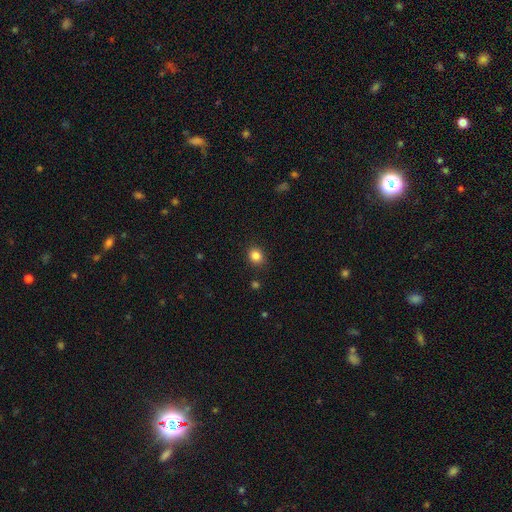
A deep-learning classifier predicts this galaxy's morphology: The model was most divided on "how rounded": round: 70%, in between: 29%, cigar-shaped: 1%. More confident: merging — none (87%); smooth or featured — smooth (85%).